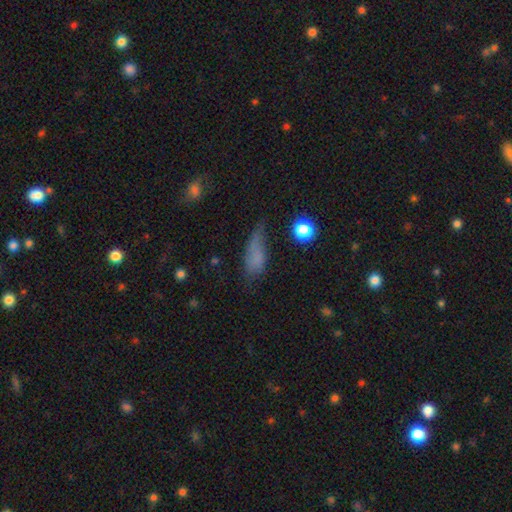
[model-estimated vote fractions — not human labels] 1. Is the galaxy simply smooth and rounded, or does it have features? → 69% smooth, 17% featured or disk, 14% star or artifact.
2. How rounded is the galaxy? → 66% in between, 27% cigar-shaped, 7% round.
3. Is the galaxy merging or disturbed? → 35% none, 34% minor disturbance, 27% major disturbance, 5% merger.